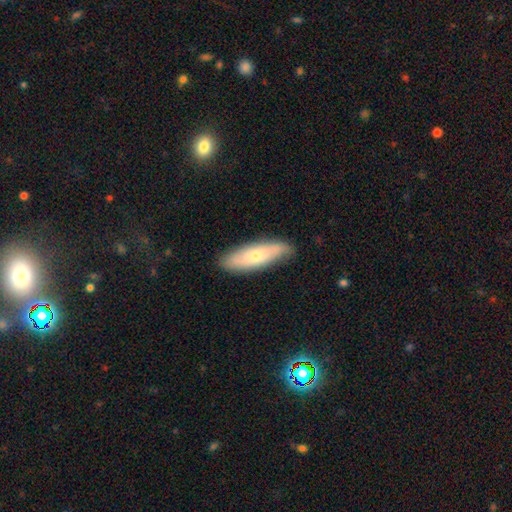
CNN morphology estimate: smooth_or_featured: smooth (p=0.59) [alt: featured or disk p=0.36]
how_rounded: cigar-shaped (p=0.51) [alt: in between p=0.47]
merging: none (p=0.82) [alt: minor disturbance p=0.14]